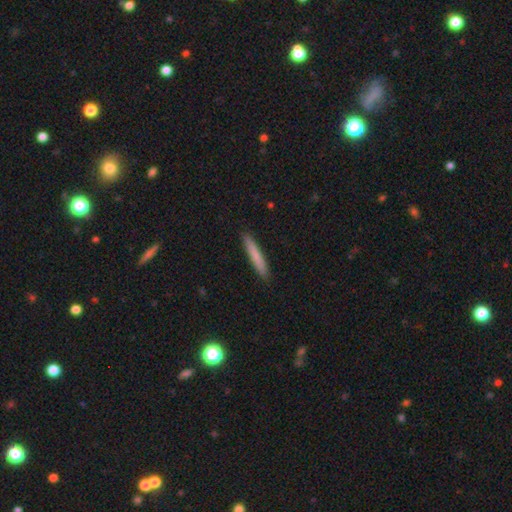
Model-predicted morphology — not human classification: Q: Smooth or featured?
A: smooth (78%); runner-up: featured or disk (16%)
Q: How rounded?
A: cigar-shaped (95%); runner-up: in between (4%)
Q: Merging?
A: none (91%); runner-up: minor disturbance (6%)